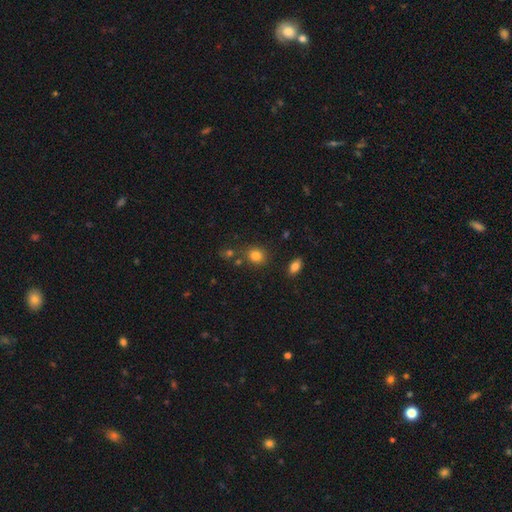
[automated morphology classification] Smooth or featured?
  - smooth: 82% *
  - star or artifact: 12%
  - featured or disk: 6%
How rounded?
  - round: 72% *
  - in between: 27%
  - cigar-shaped: 1%
Merging?
  - none: 77% *
  - minor disturbance: 11%
  - merger: 8%
  - major disturbance: 4%